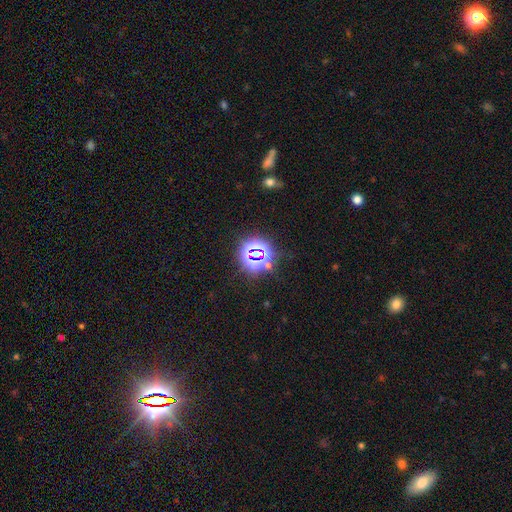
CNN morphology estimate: Smooth or featured: star or artifact — 75% (smooth — 17%)